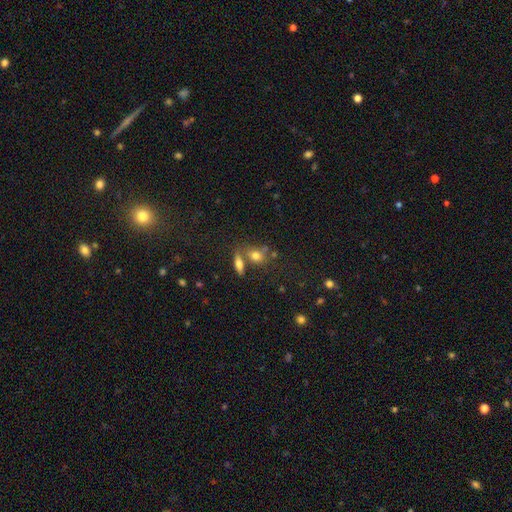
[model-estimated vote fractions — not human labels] Smooth or featured: smooth — 71% (featured or disk — 16%)
How rounded: in between — 55% (round — 37%)
Merging: none — 52% (merger — 31%)